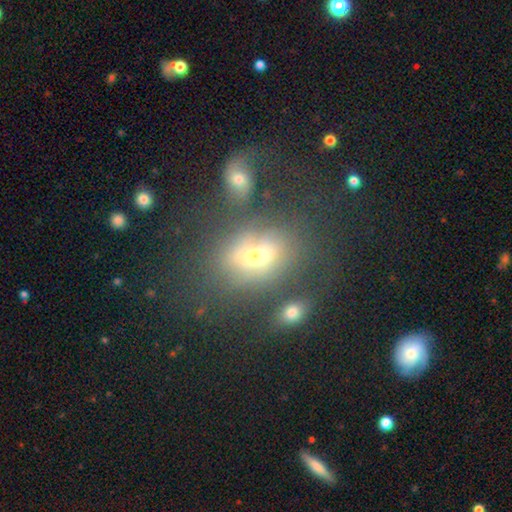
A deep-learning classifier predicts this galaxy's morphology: Smooth or featured: smooth — 52% (featured or disk — 34%)
How rounded: in between — 75% (round — 21%)
Merging: none — 48% (merger — 19%)